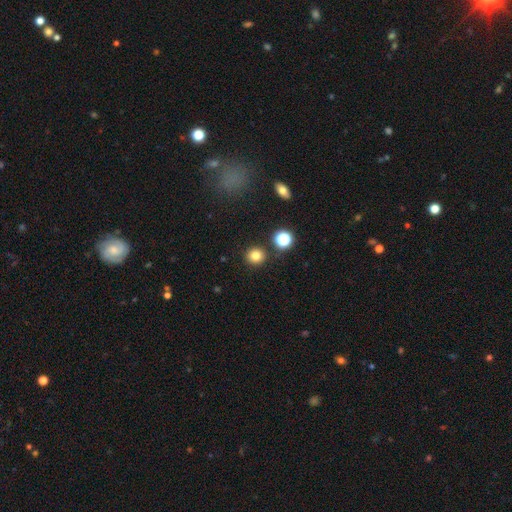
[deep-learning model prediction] smooth-or-featured: smooth: 79% | star or artifact: 14% | featured or disk: 7%
  how-rounded: round: 89% | in between: 10% | cigar-shaped: 1%
  merging: none: 87% | minor disturbance: 6% | merger: 4% | major disturbance: 2%